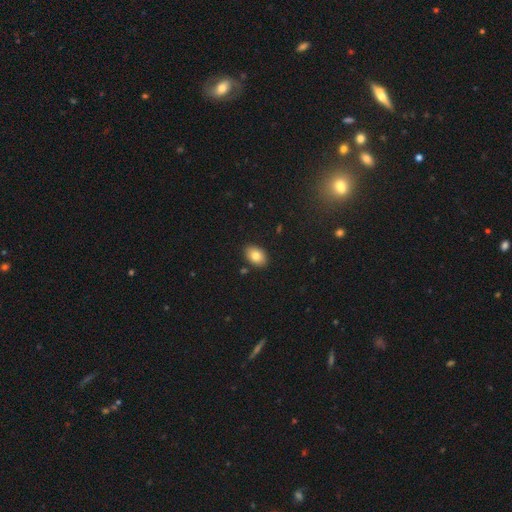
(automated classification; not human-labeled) This is clearly a smooth galaxy (80%). How rounded: clearly in between (83%). Merging: clearly none (86%).